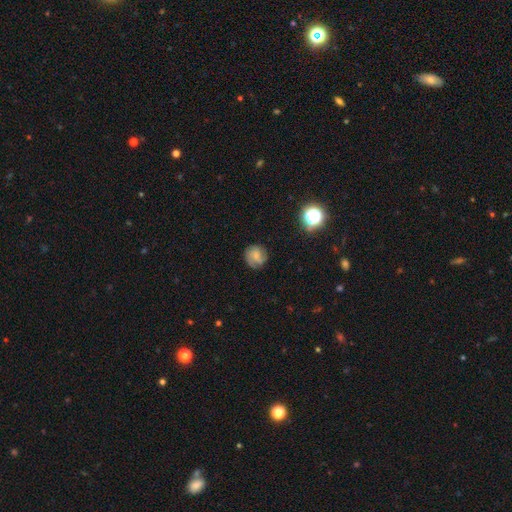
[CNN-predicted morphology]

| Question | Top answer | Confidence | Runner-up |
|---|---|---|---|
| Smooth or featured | smooth | 50% | featured or disk (38%) |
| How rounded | round | 89% | in between (10%) |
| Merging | none | 76% | minor disturbance (17%) |